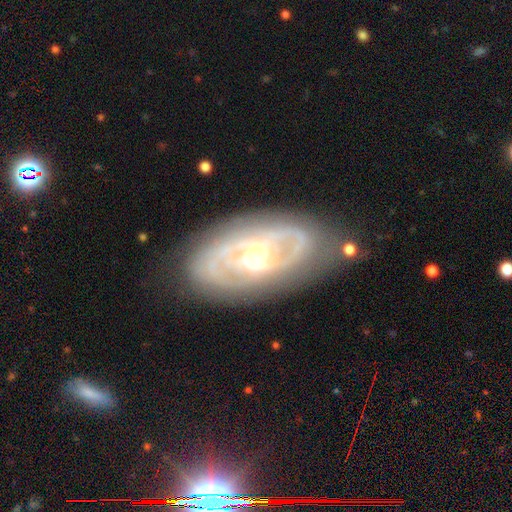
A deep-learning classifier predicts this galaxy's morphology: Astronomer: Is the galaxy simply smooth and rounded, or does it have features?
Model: featured or disk — 84%.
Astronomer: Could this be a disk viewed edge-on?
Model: no — 93%.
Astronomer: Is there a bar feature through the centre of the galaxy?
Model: no — 48% (runner-up: weak, 34%).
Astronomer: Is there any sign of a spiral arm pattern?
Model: yes — 82%.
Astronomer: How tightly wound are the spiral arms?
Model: tight — 58%.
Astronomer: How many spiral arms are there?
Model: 2 — 52% (runner-up: can't tell, 28%).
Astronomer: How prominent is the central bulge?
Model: moderate — 69%.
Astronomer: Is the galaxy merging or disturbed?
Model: none — 77%.